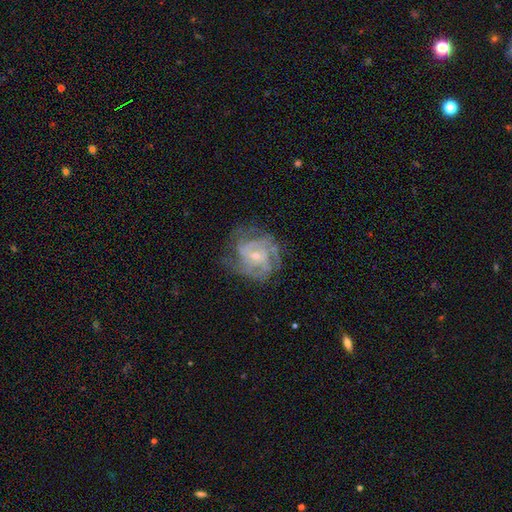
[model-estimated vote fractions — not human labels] A featured or disk galaxy (83%) with no bar (59%), tight (55%) spiral arms (95%) and a small central bulge (72%). Merging: none (69%).